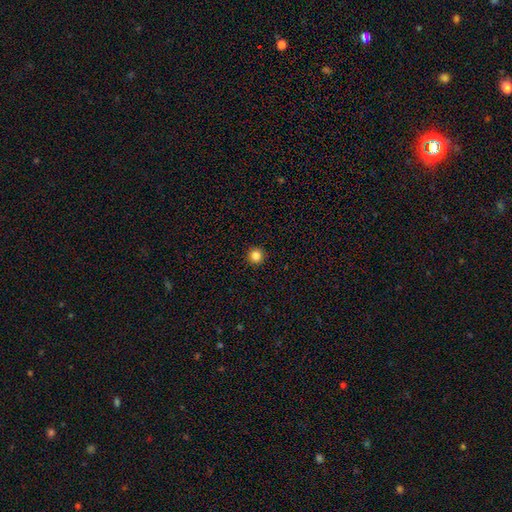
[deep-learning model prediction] A smooth galaxy with no disk features (84%) that is round (96%). Merging: none (94%).